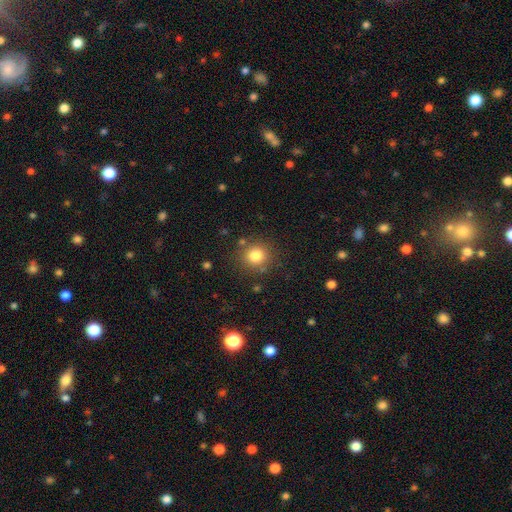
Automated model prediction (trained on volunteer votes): Q: Smooth or featured?
A: smooth (81%); runner-up: star or artifact (13%)
Q: How rounded?
A: round (91%); runner-up: in between (8%)
Q: Merging?
A: none (85%); runner-up: minor disturbance (9%)